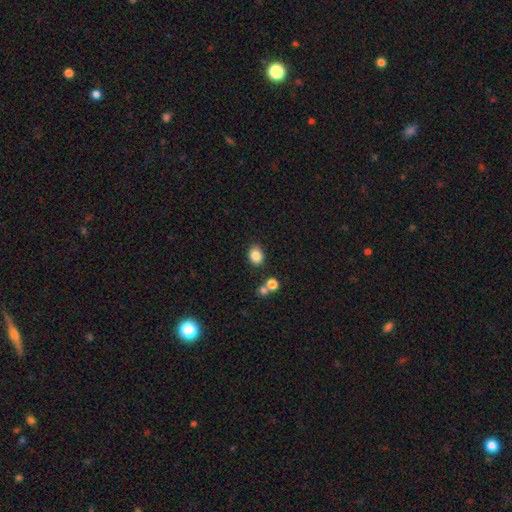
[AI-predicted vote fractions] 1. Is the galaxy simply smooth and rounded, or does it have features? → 84% smooth, 10% star or artifact, 5% featured or disk.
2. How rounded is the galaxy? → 51% round, 48% in between, 1% cigar-shaped.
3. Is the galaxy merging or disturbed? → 80% none, 11% minor disturbance, 6% merger, 3% major disturbance.